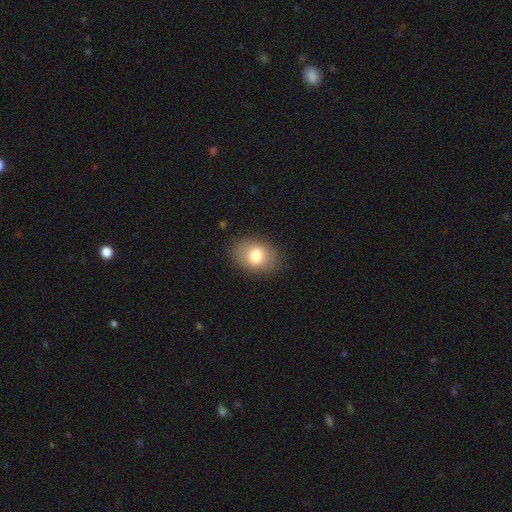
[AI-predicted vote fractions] smooth_or_featured: smooth (p=0.79) [alt: featured or disk p=0.13]
how_rounded: in between (p=0.72) [alt: round p=0.27]
merging: none (p=0.85) [alt: minor disturbance p=0.10]